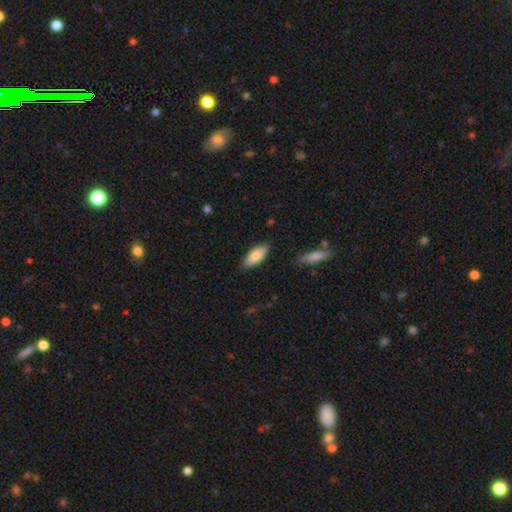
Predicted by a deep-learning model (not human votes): Morphology: type=smooth (78%); roundness=in between (84%); merging=none (87%).